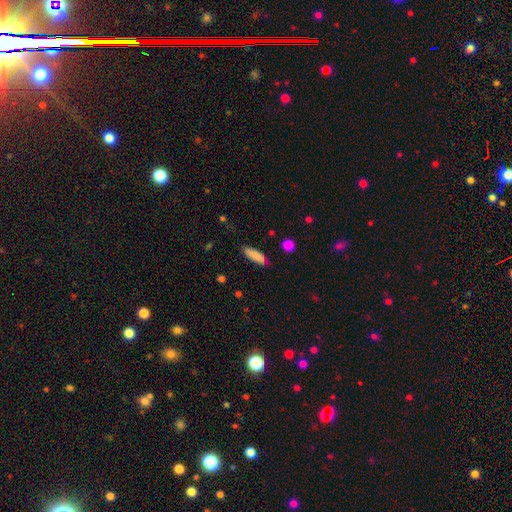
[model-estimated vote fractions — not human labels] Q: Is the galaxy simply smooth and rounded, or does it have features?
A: smooth — 86%.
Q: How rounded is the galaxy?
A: cigar-shaped — 51%.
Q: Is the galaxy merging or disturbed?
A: none — 81%.